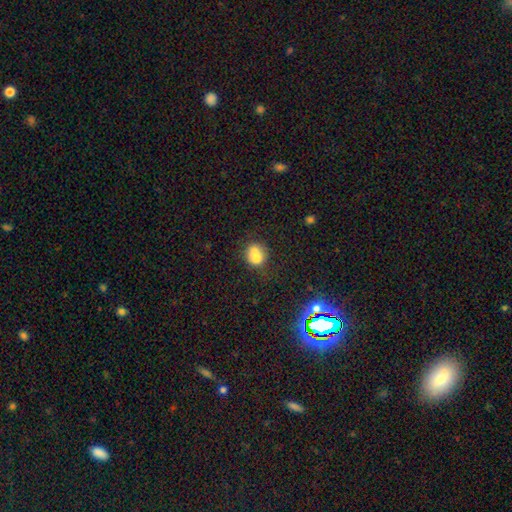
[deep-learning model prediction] Morphology: type=smooth (72%); roundness=round (65%); merging=none (42%).